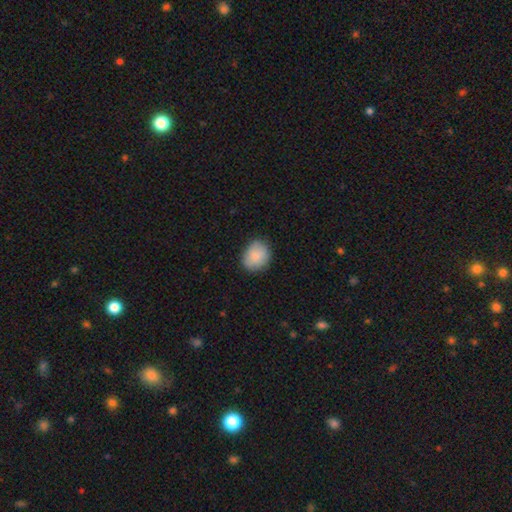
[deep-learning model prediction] A smooth galaxy with no disk features (85%) that is round (60%).

Vote fractions:
- Smooth or featured? smooth: 85% / featured or disk: 8% / star or artifact: 7%
- How rounded? round: 60% / in between: 39% / cigar-shaped: 1%
- Merging? none: 78% / minor disturbance: 18% / major disturbance: 3% / merger: 1%